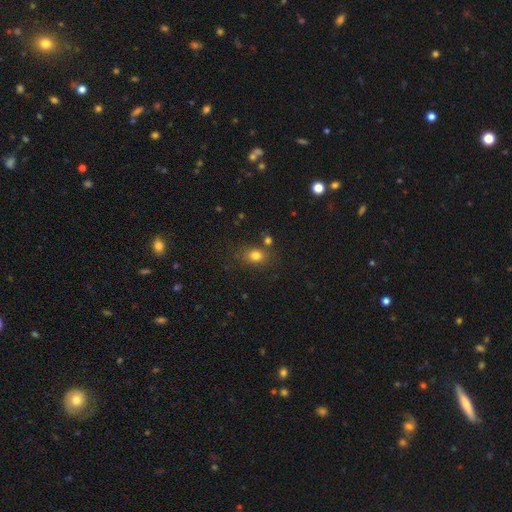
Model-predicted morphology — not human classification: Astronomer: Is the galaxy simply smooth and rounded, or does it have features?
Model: smooth — 79%.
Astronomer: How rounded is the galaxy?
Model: in between — 51% (runner-up: round, 48%).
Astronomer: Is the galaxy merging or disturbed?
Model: none — 71%.